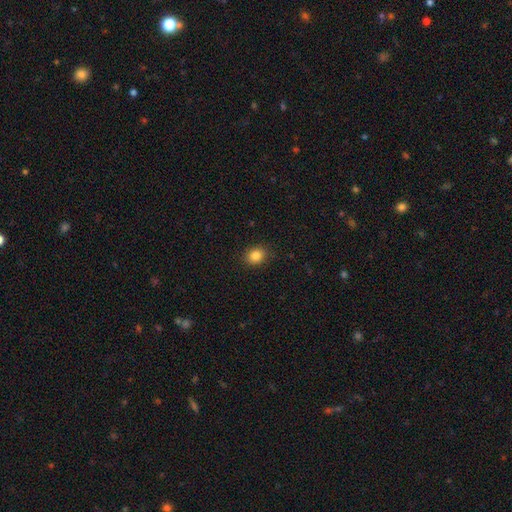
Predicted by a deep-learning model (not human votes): This appears to be a smooth galaxy with no disk features (85%) that is round (61%). Merging: none (88%).